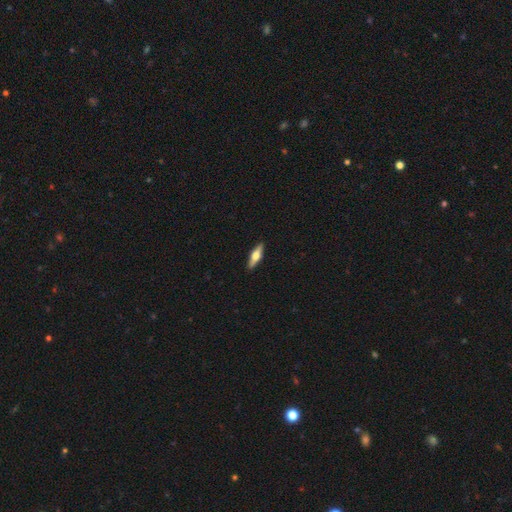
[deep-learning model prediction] Smooth or featured: featured or disk — 58% (smooth — 37%)
Edge-on disk: yes — 95% (no — 5%)
Edge-on bulge: rounded — 94% (boxy — 4%)
Merging: none — 91% (minor disturbance — 7%)